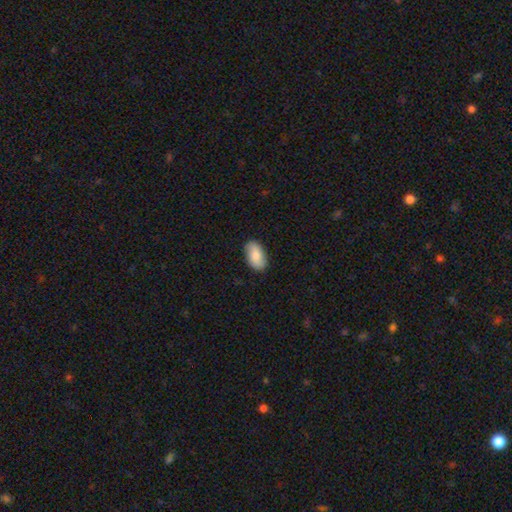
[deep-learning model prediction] This is likely a smooth galaxy (78%). How rounded: clearly in between (93%). Merging: clearly none (84%).